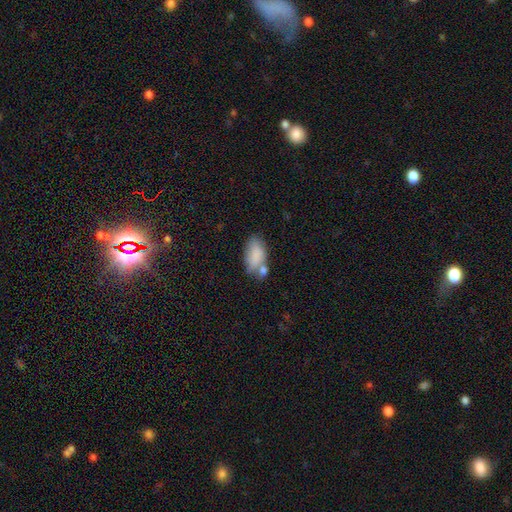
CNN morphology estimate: Smooth or featured?
  - smooth: 80% *
  - featured or disk: 12%
  - star or artifact: 8%
How rounded?
  - in between: 92% *
  - round: 5%
  - cigar-shaped: 2%
Merging?
  - none: 38% *
  - merger: 30%
  - minor disturbance: 22%
  - major disturbance: 10%